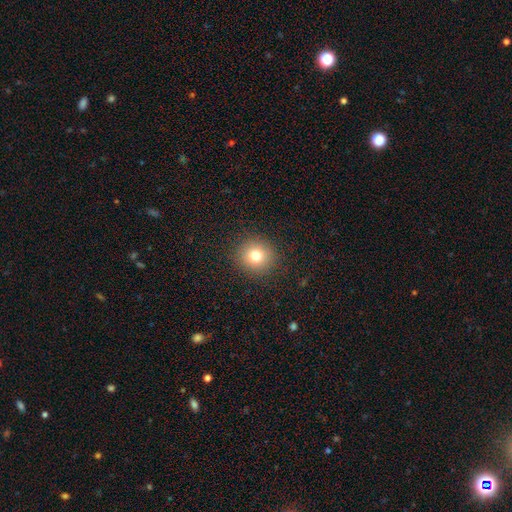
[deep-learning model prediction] A smooth galaxy with no disk features (78%) that is round (90%). Merging: none (90%).